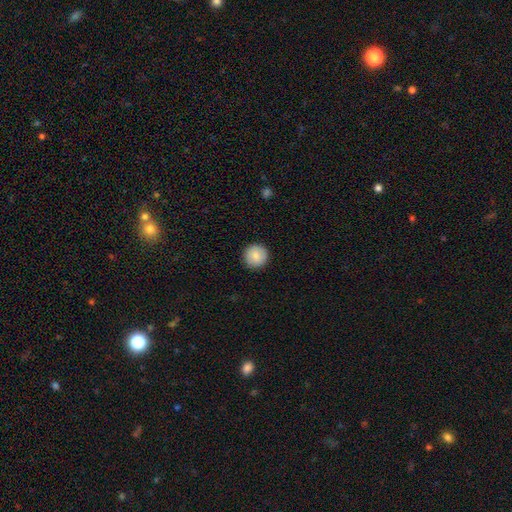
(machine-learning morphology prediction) Q: Smooth or featured?
A: smooth (85%); runner-up: featured or disk (8%)
Q: How rounded?
A: round (95%); runner-up: in between (4%)
Q: Merging?
A: none (91%); runner-up: minor disturbance (6%)